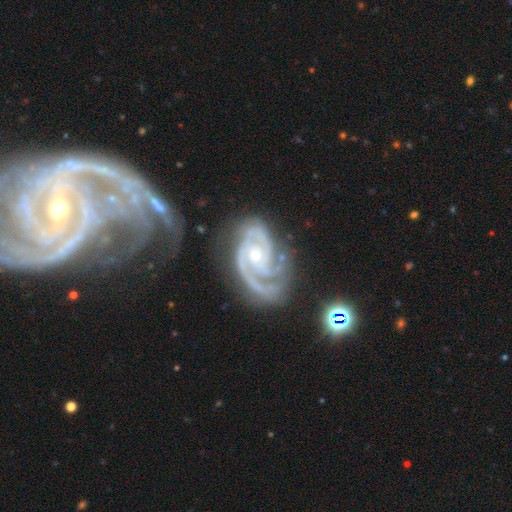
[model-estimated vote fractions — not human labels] The model was most divided on "spiral arm count": 3: 41%, 2: 38%, can't tell: 7%, 4: 6%, 1: 4%, more than 4: 4%. More confident: spiral arms — yes (99%); edge-on disk — no (98%); smooth or featured — featured or disk (93%); bar — no (64%); spiral winding — tight (60%); bulge size — small (58%); merging — none (52%).